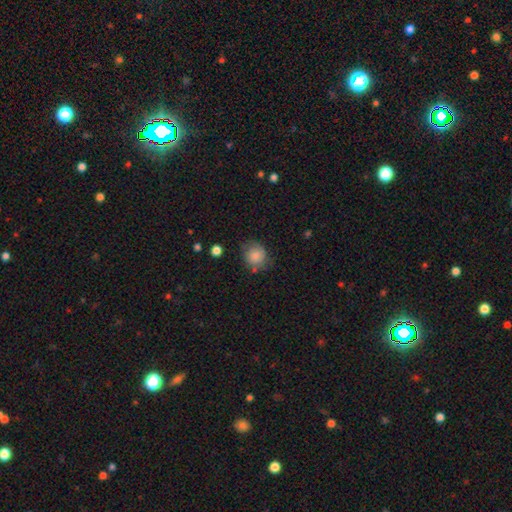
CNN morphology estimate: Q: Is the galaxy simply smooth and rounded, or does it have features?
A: smooth — 83%.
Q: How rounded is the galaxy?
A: round — 81%.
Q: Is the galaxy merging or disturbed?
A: none — 70%.